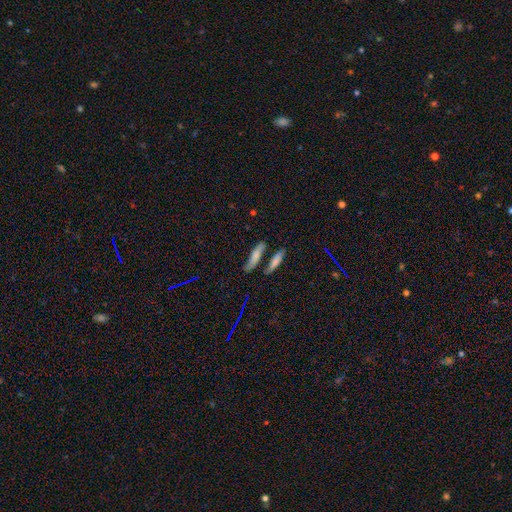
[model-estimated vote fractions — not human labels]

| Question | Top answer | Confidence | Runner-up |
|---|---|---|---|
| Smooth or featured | smooth | 65% | featured or disk (25%) |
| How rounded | cigar-shaped | 77% | in between (21%) |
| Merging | none | 63% | merger (17%) |